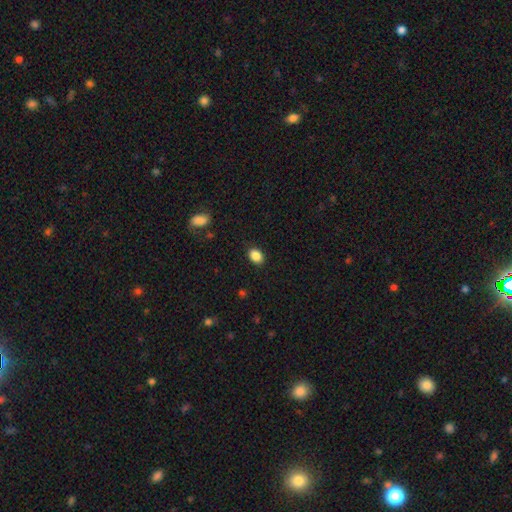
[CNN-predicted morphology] Smooth or featured: smooth — 87% (star or artifact — 9%)
How rounded: in between — 73% (round — 26%)
Merging: none — 87% (minor disturbance — 9%)